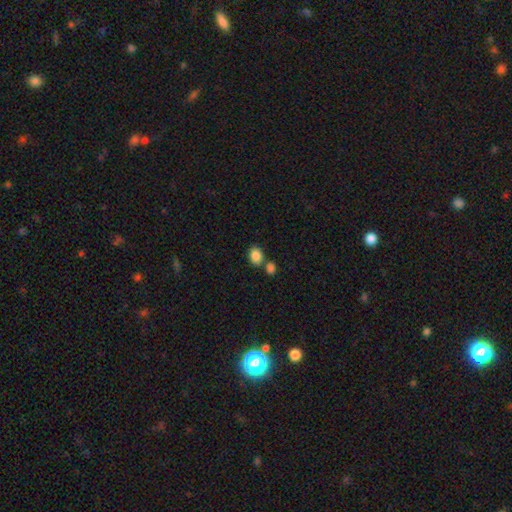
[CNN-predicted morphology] type=smooth (87%); roundness=in between (65%); merging=none (60%).